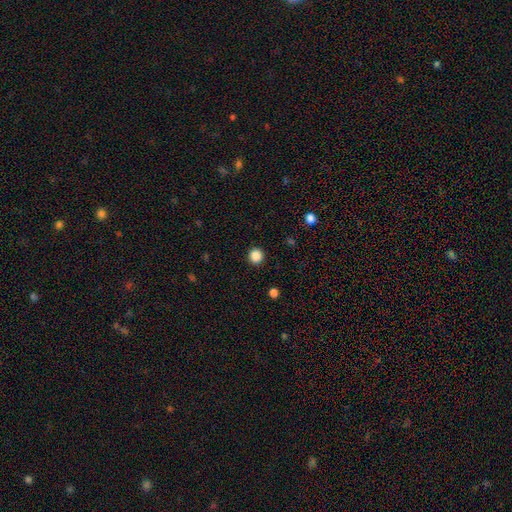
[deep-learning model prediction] Smooth or featured: smooth — 87% (star or artifact — 10%)
How rounded: round — 93% (in between — 6%)
Merging: none — 92% (minor disturbance — 5%)